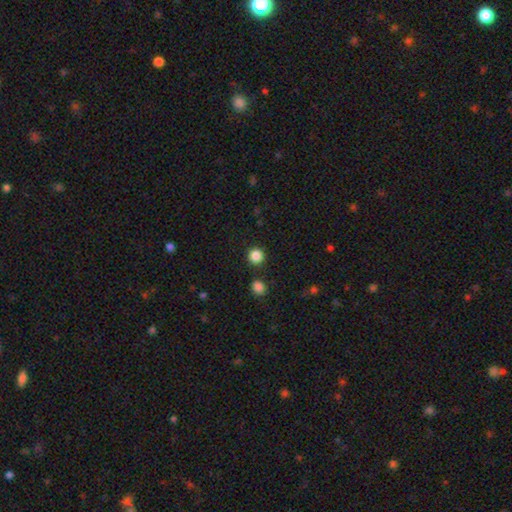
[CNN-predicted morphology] Overall: smooth (86%). How rounded: round (95%). Merging: none (89%).